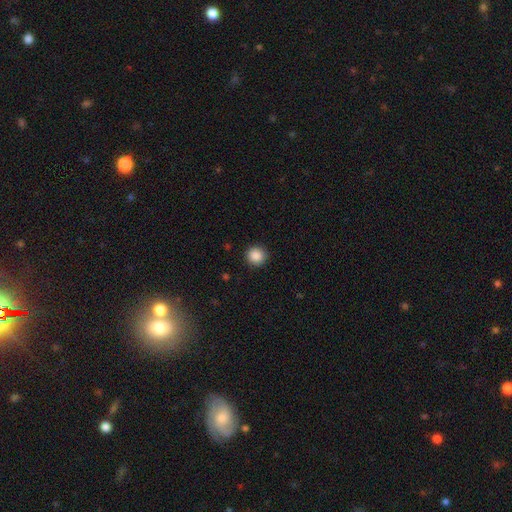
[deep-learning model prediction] smooth_or_featured: smooth (p=0.88) [alt: star or artifact p=0.09]
how_rounded: round (p=0.94) [alt: in between p=0.05]
merging: none (p=0.91) [alt: minor disturbance p=0.06]